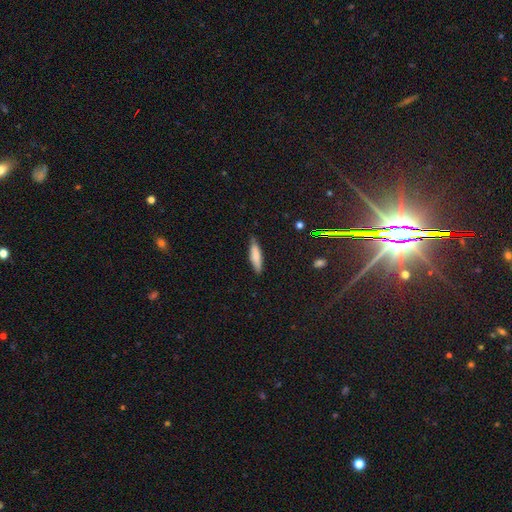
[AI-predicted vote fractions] Smooth or featured? Predicted: smooth (p=0.76). How rounded? Predicted: cigar-shaped (p=0.73). Merging? Predicted: none (p=0.82).